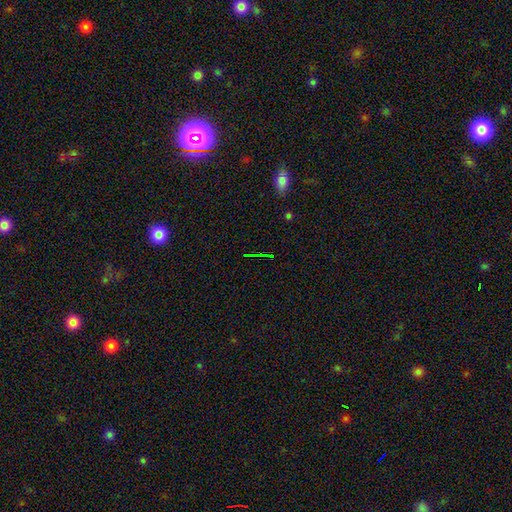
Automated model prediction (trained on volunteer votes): Q: Smooth or featured?
A: star or artifact (71%); runner-up: smooth (15%)